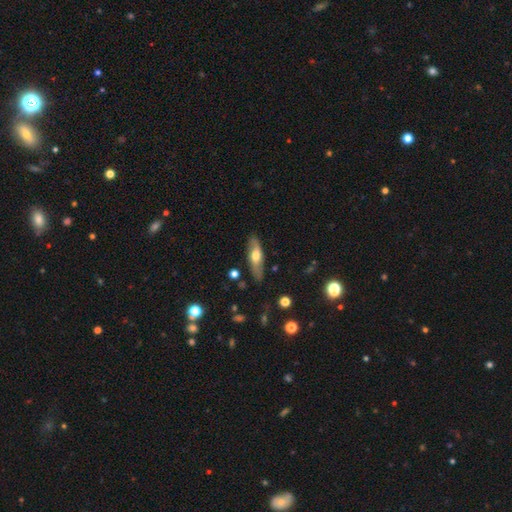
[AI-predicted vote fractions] Morphology: type=smooth (49%); merging=none (80%).